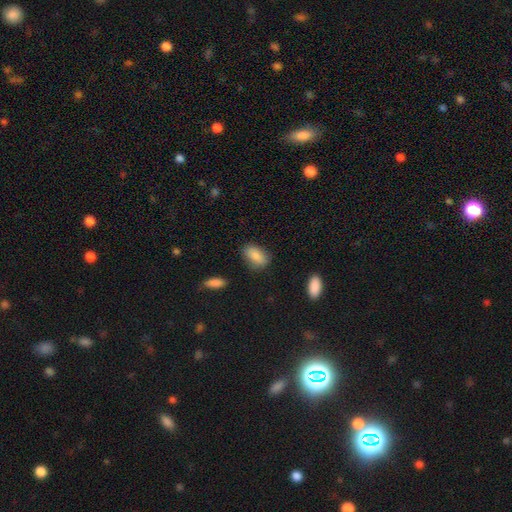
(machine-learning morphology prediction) Smooth or featured: smooth — 87% (star or artifact — 7%)
How rounded: in between — 90% (cigar-shaped — 5%)
Merging: none — 77% (minor disturbance — 17%)